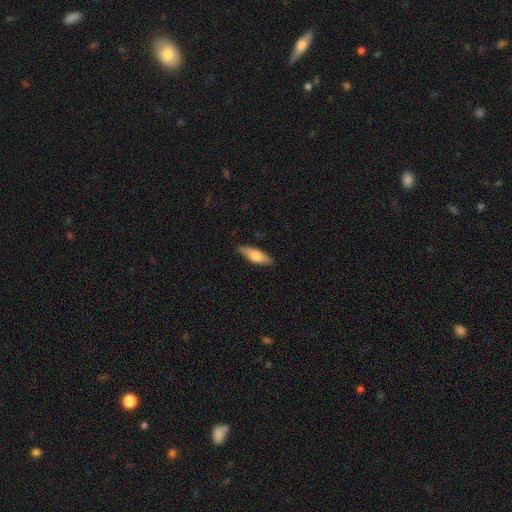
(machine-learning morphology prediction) A smooth galaxy with no disk features (74%) that is in between round and cigar-shaped (61%). Merging: none (84%).